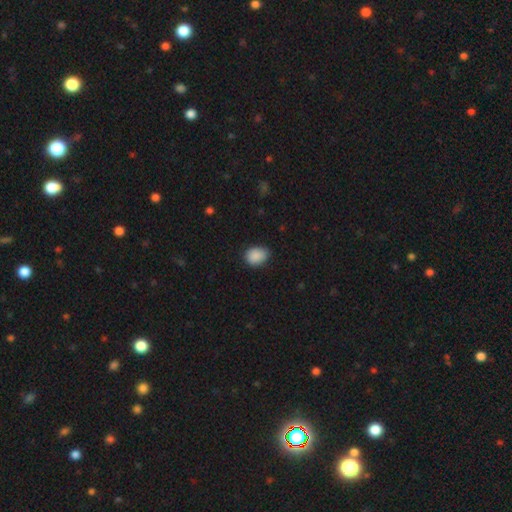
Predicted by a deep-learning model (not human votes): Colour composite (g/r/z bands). It shows a smooth galaxy with no disk features (89%) that is in between round and cigar-shaped (61%). Merging: none (74%).